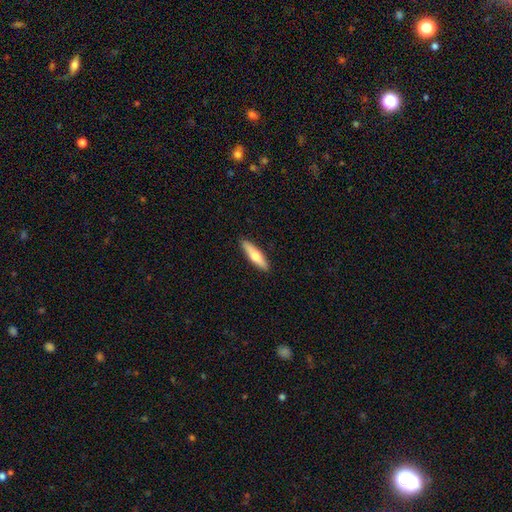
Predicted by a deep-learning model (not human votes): Smooth or featured? Predicted: smooth (p=0.54). How rounded? Predicted: cigar-shaped (p=0.74). Merging? Predicted: none (p=0.91).